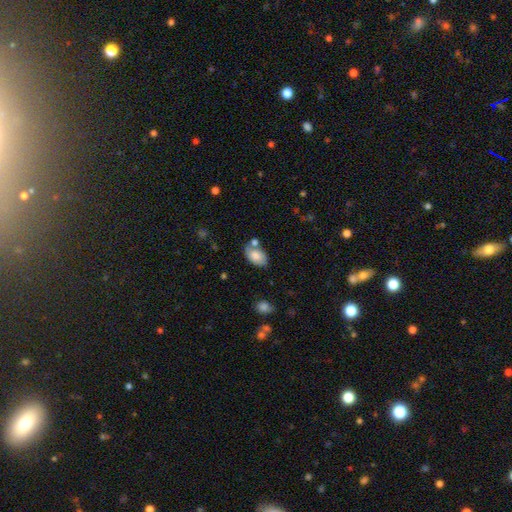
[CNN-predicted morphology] Smooth or featured: smooth — 80% (featured or disk — 13%)
How rounded: in between — 92% (round — 7%)
Merging: none — 57% (minor disturbance — 19%)